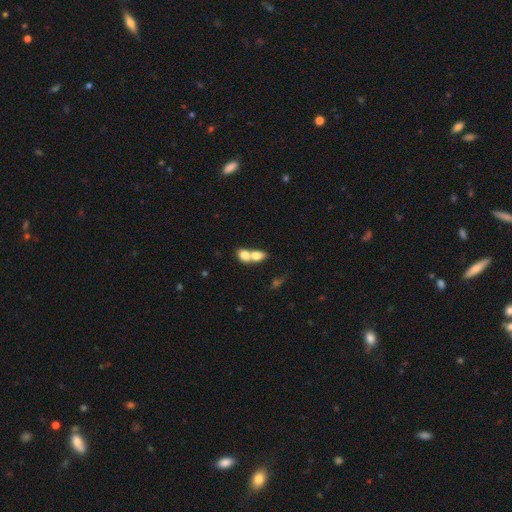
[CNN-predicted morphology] A smooth galaxy with no disk features (74%) that is in between round and cigar-shaped (67%).

Vote fractions:
- Smooth or featured? smooth: 74% / featured or disk: 18% / star or artifact: 9%
- How rounded? in between: 67% / round: 30% / cigar-shaped: 3%
- Merging? merger: 76% / none: 16% / minor disturbance: 5% / major disturbance: 3%